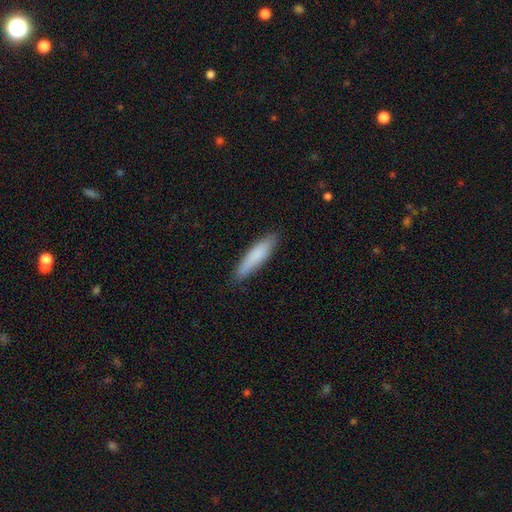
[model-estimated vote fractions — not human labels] Q: Smooth or featured?
A: smooth (83%); runner-up: featured or disk (12%)
Q: How rounded?
A: cigar-shaped (79%); runner-up: in between (20%)
Q: Merging?
A: none (86%); runner-up: minor disturbance (11%)